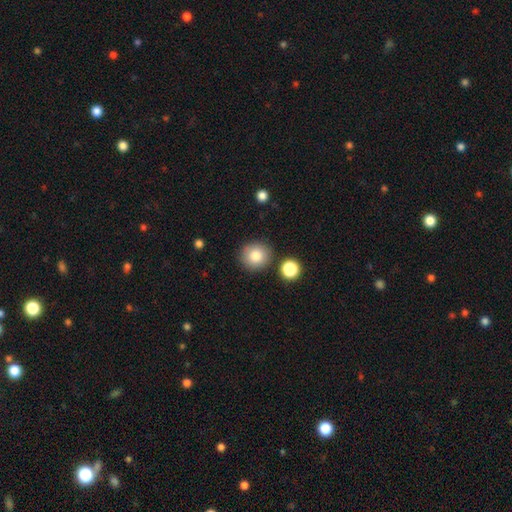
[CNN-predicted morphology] Overall: smooth (83%). How rounded: round (89%). Merging: none (85%).